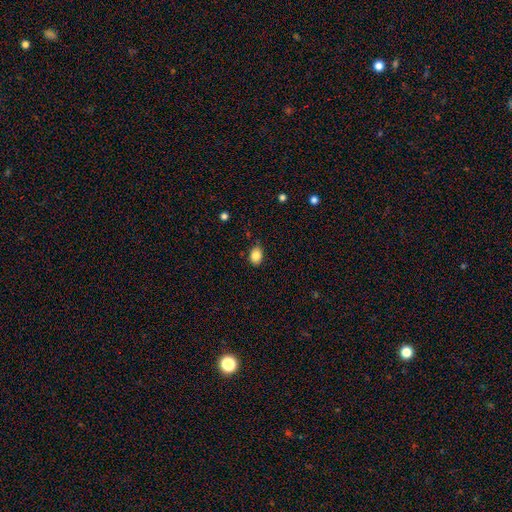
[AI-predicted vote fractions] Smooth or featured?
  - smooth: 85% *
  - star or artifact: 9%
  - featured or disk: 5%
How rounded?
  - in between: 65% *
  - round: 34%
  - cigar-shaped: 1%
Merging?
  - none: 81% *
  - minor disturbance: 15%
  - major disturbance: 3%
  - merger: 2%